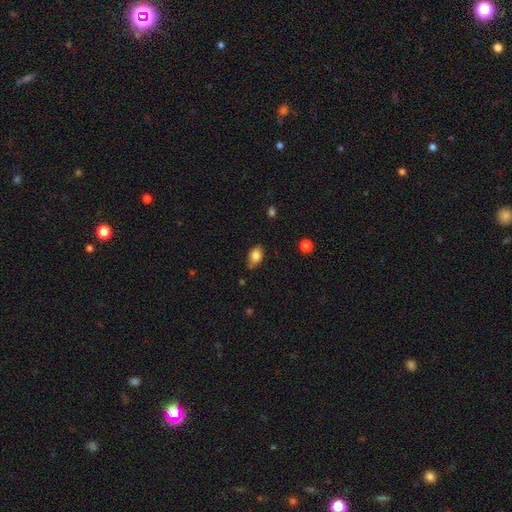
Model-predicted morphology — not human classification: Q: Smooth or featured?
A: smooth (83%); runner-up: star or artifact (9%)
Q: How rounded?
A: in between (85%); runner-up: round (13%)
Q: Merging?
A: none (69%); runner-up: minor disturbance (23%)